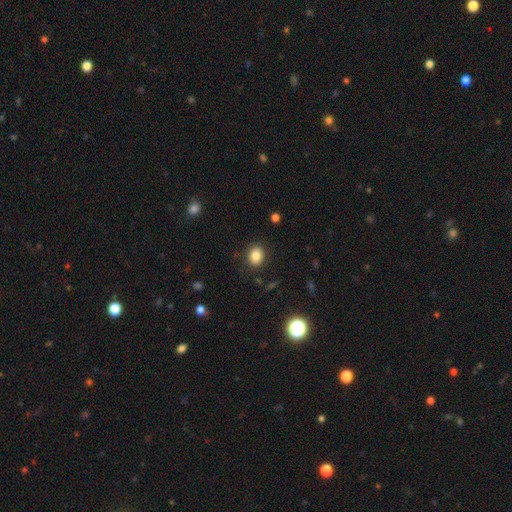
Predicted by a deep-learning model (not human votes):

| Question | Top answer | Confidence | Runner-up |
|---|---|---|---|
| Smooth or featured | smooth | 84% | star or artifact (10%) |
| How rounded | round | 55% | in between (44%) |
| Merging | none | 86% | minor disturbance (10%) |